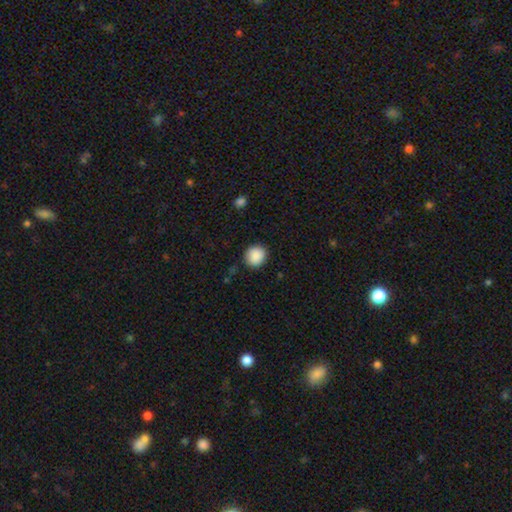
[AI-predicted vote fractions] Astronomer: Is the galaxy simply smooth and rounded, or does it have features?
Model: smooth — 89%.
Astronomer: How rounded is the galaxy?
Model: round — 83%.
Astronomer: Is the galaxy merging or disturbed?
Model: none — 88%.